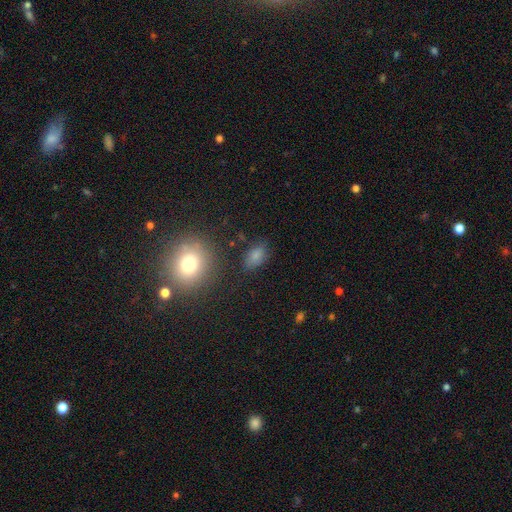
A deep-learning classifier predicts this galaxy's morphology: Smooth or featured? Predicted: smooth (p=0.77). How rounded? Predicted: in between (p=0.89). Merging? Predicted: none (p=0.74).